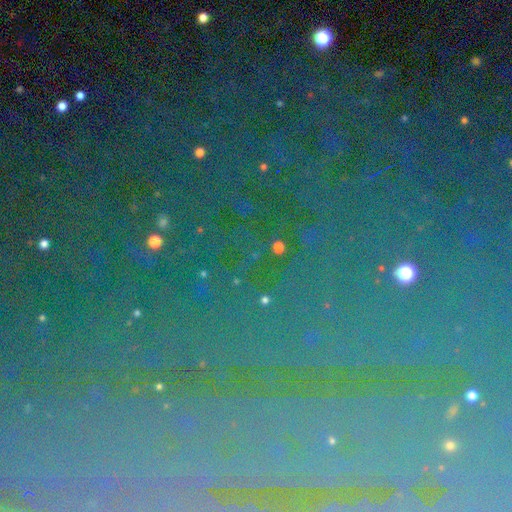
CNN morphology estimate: This is clearly a star or artifact rather than a galaxy (82%).